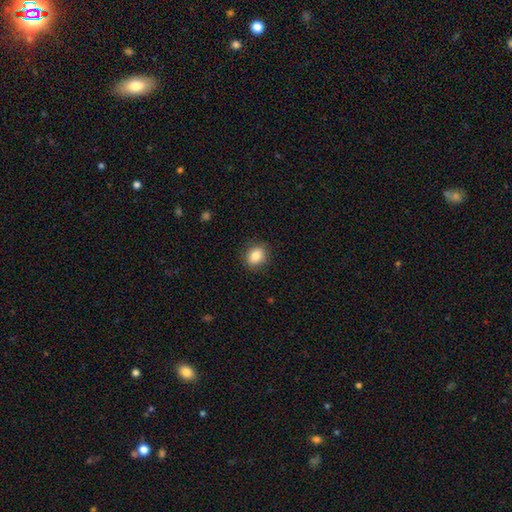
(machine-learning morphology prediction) A smooth galaxy with no disk features (84%) that is round (51%).

Vote fractions:
- Smooth or featured? smooth: 84% / star or artifact: 9% / featured or disk: 7%
- How rounded? round: 51% / in between: 48% / cigar-shaped: 1%
- Merging? none: 87% / minor disturbance: 9% / major disturbance: 3% / merger: 1%